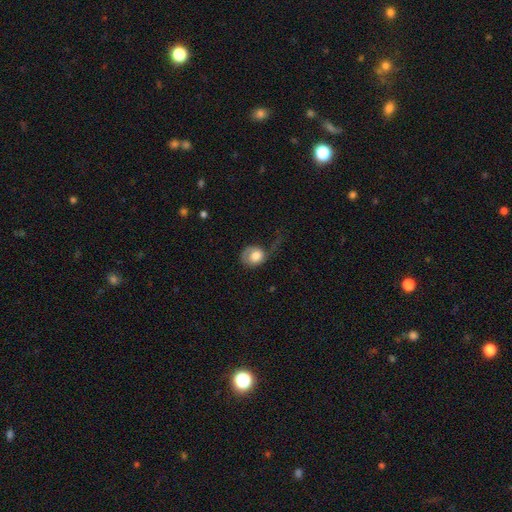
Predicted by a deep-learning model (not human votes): This appears to be a smooth galaxy with no disk features (71%) that is round (57%). Merging: major disturbance (44%).